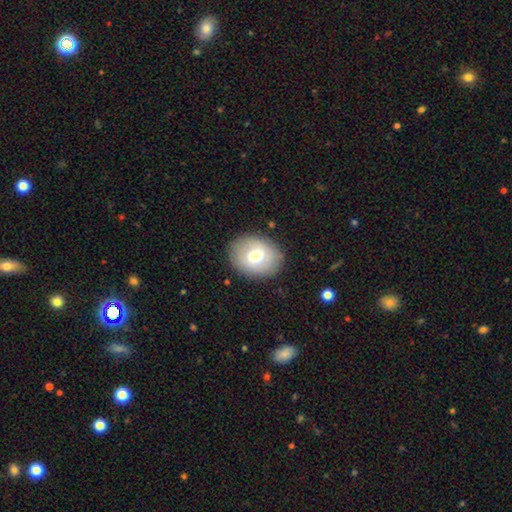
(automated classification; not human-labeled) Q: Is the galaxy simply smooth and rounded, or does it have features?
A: smooth — 66%.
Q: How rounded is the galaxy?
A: in between — 54%.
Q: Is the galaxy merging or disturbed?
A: none — 85%.